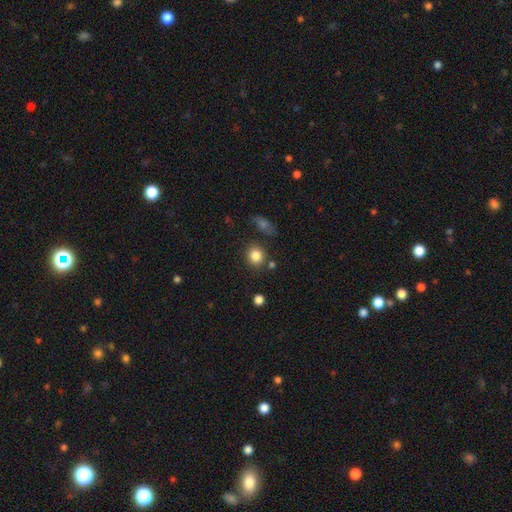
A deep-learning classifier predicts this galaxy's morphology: smooth_or_featured: smooth (p=0.84) [alt: star or artifact p=0.10]
how_rounded: round (p=0.79) [alt: in between p=0.20]
merging: none (p=0.80) [alt: minor disturbance p=0.11]